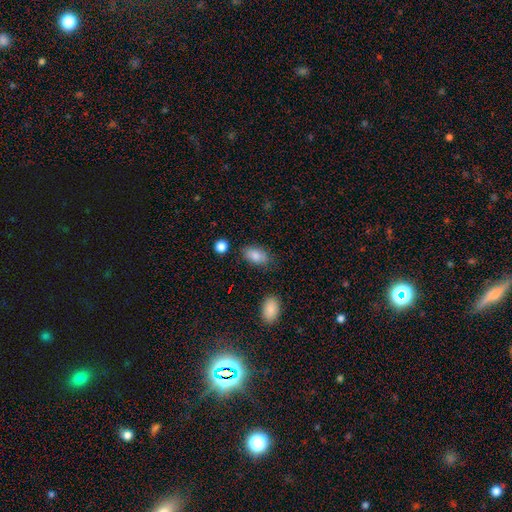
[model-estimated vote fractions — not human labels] Morphology: type=smooth (84%); roundness=in between (91%); merging=none (77%).